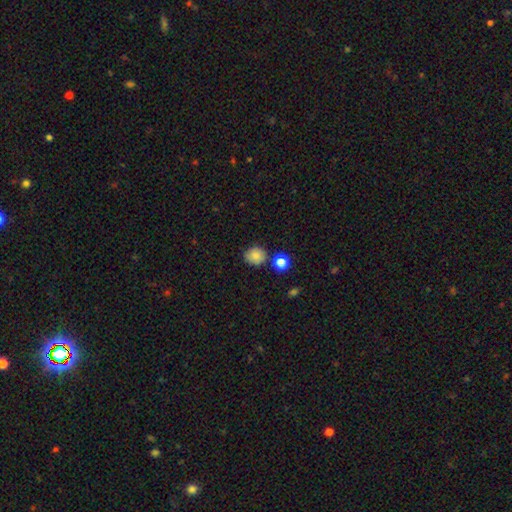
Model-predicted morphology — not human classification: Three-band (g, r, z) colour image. It shows a smooth galaxy with no disk features (83%) that is round (78%). Merging: none (75%).